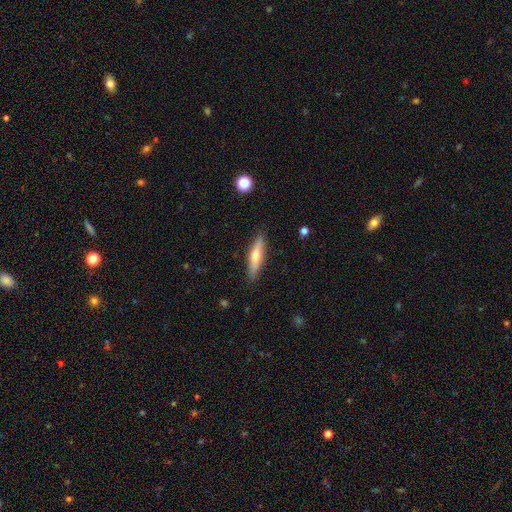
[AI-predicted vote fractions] Q: Smooth or featured?
A: smooth (55%); runner-up: featured or disk (39%)
Q: How rounded?
A: cigar-shaped (77%); runner-up: in between (22%)
Q: Merging?
A: none (87%); runner-up: minor disturbance (9%)